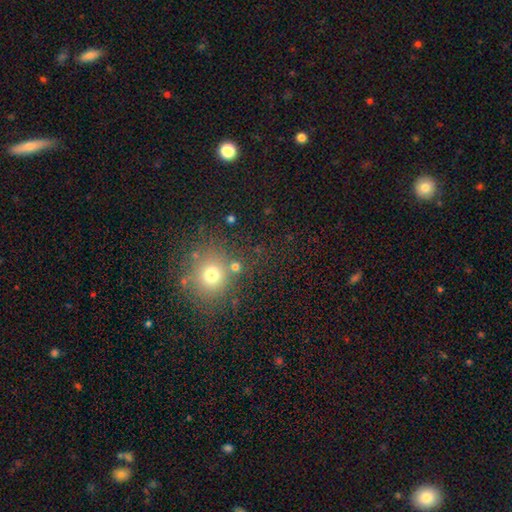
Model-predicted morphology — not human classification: Overall: smooth (51%; star or artifact 39%). How rounded: round (87%). Merging: none (72%).